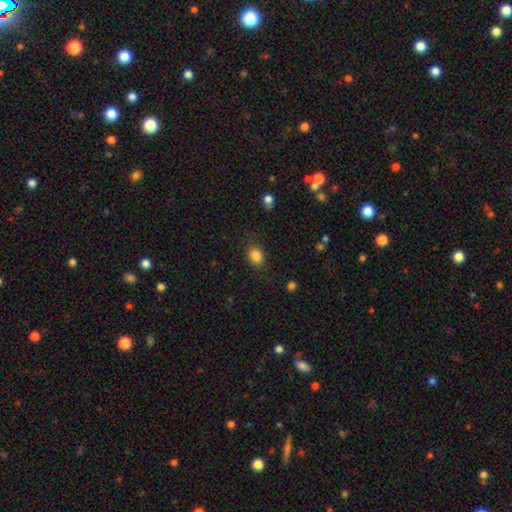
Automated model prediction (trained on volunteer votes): Smooth or featured?
  - smooth: 84% *
  - star or artifact: 10%
  - featured or disk: 6%
How rounded?
  - in between: 71% *
  - round: 27%
  - cigar-shaped: 1%
Merging?
  - none: 82% *
  - minor disturbance: 13%
  - major disturbance: 4%
  - merger: 1%